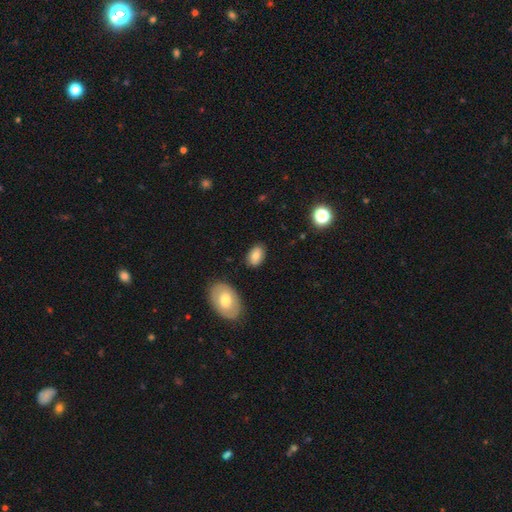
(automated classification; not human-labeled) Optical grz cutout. It shows a smooth galaxy with no disk features (79%) that is in between round and cigar-shaped (86%). Merging: none (83%).